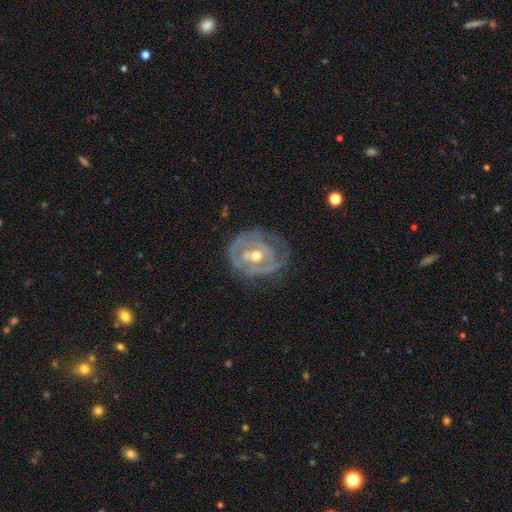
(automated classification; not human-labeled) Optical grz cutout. It shows a featured or disk galaxy (82%) with a weak bar (39%), tight (64%) spiral arms (71%) and a moderate central bulge (71%). Merging: none (63%).